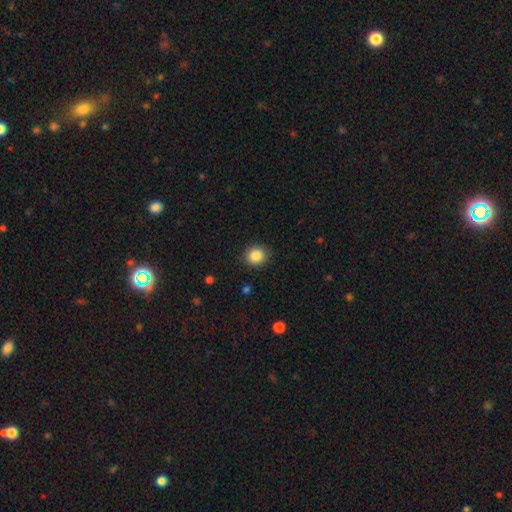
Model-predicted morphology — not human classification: smooth 86%, star or artifact 9%, featured or disk 4%. Down the decision tree: how rounded — round (84%); merging — none (89%).